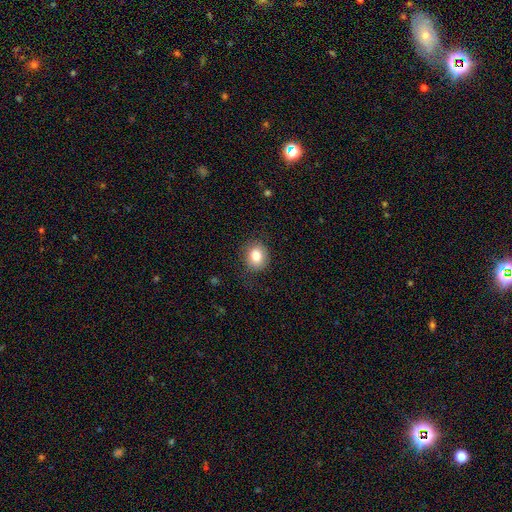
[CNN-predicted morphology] smooth-or-featured: smooth: 82% | star or artifact: 10% | featured or disk: 8%
  how-rounded: round: 68% | in between: 31% | cigar-shaped: 1%
  merging: none: 82% | minor disturbance: 13% | major disturbance: 4% | merger: 1%